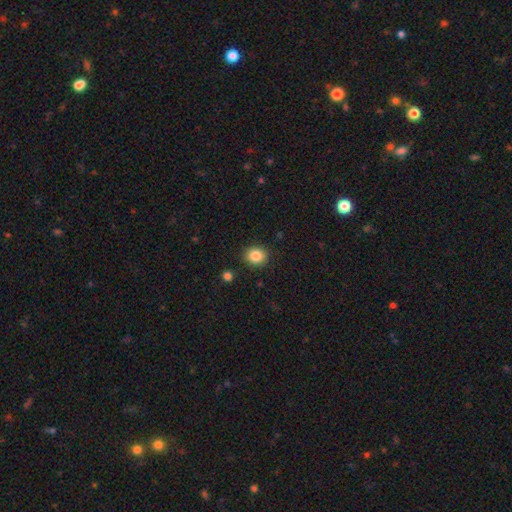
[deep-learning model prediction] smooth 85%, star or artifact 10%, featured or disk 5%. Down the decision tree: how rounded — round (71%); merging — none (88%).